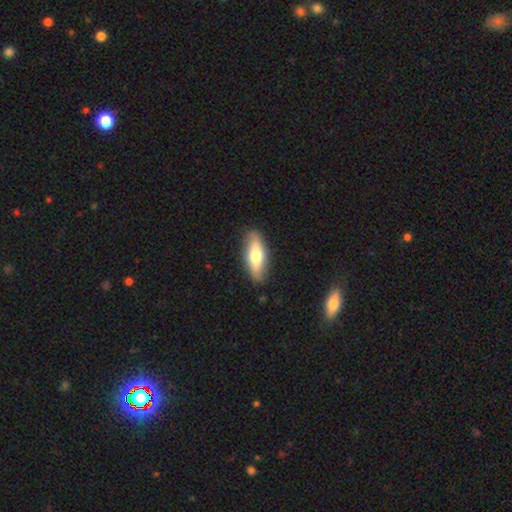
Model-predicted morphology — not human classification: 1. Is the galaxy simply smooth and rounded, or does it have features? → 56% smooth, 38% featured or disk, 5% star or artifact.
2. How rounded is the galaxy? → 60% in between, 38% cigar-shaped, 3% round.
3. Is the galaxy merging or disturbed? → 87% none, 10% minor disturbance, 2% major disturbance, 1% merger.